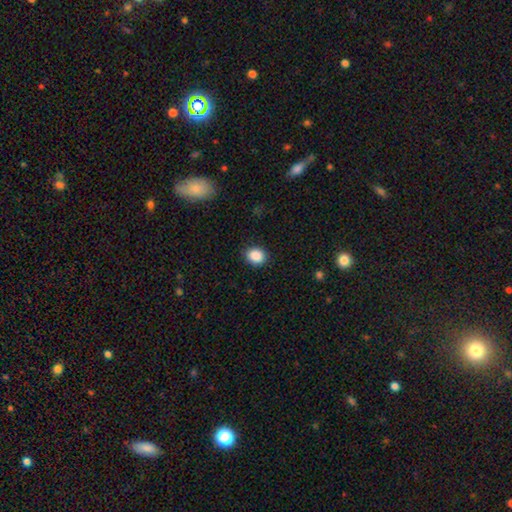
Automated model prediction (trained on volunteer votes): Smooth or featured? Predicted: smooth (p=0.88). How rounded? Predicted: round (p=0.63). Merging? Predicted: none (p=0.88).